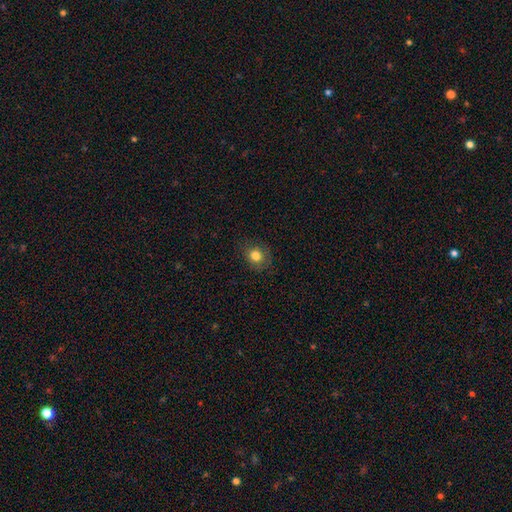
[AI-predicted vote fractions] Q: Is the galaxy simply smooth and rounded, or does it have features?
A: smooth — 80%.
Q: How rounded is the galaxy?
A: round — 70%.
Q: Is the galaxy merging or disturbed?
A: none — 82%.